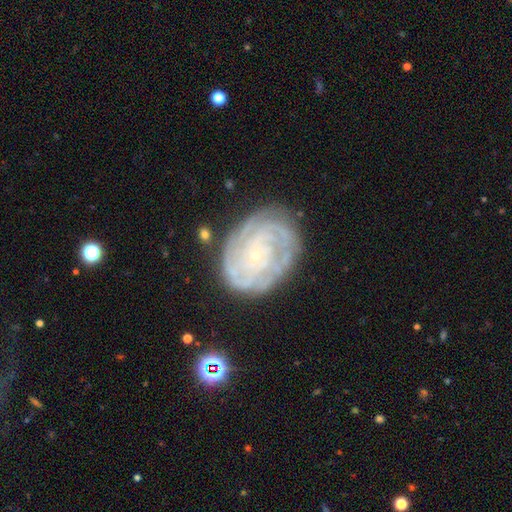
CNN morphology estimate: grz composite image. It shows a featured or disk galaxy (85%) with no bar (79%), tight (81%) spiral arms (95%) and a small central bulge (89%). Merging: none (74%).